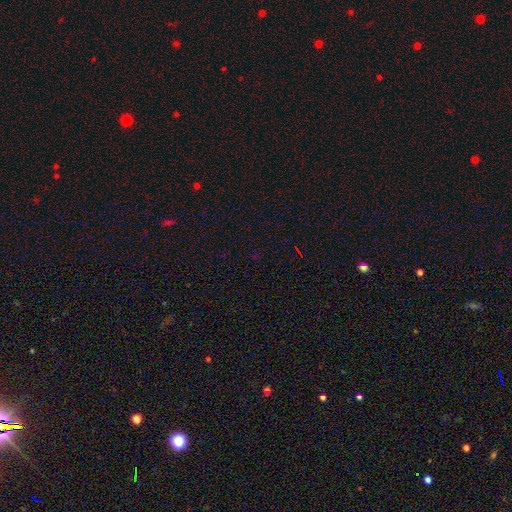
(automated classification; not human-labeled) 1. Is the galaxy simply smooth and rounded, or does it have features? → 70% star or artifact, 23% smooth, 7% featured or disk.